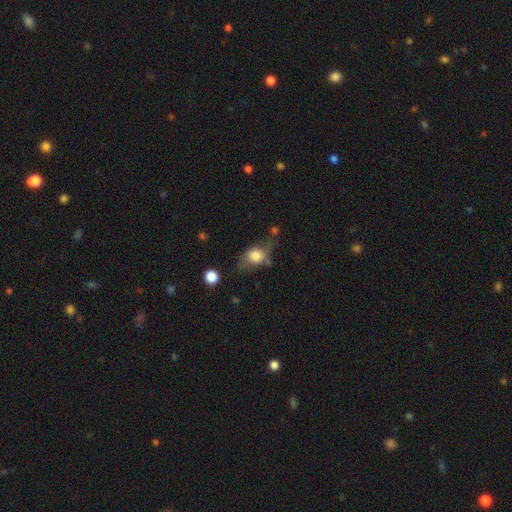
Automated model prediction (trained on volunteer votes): Smooth or featured?
  - smooth: 66% *
  - featured or disk: 25%
  - star or artifact: 9%
How rounded?
  - in between: 64% *
  - round: 32%
  - cigar-shaped: 3%
Merging?
  - none: 42% *
  - minor disturbance: 30%
  - major disturbance: 22%
  - merger: 6%